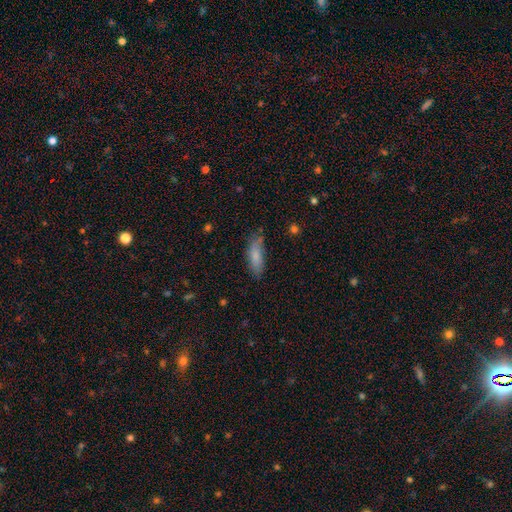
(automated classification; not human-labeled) Q: Smooth or featured?
A: smooth (79%); runner-up: featured or disk (13%)
Q: How rounded?
A: in between (57%); runner-up: cigar-shaped (41%)
Q: Merging?
A: none (69%); runner-up: minor disturbance (23%)